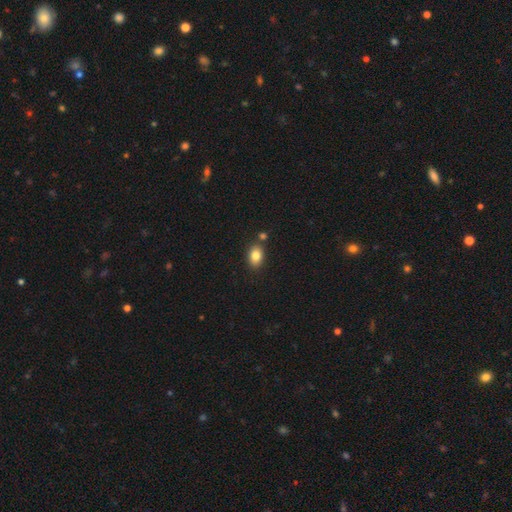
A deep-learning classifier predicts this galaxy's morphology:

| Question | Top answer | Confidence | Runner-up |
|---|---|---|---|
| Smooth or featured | smooth | 83% | star or artifact (9%) |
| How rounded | in between | 80% | round (19%) |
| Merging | none | 77% | minor disturbance (10%) |